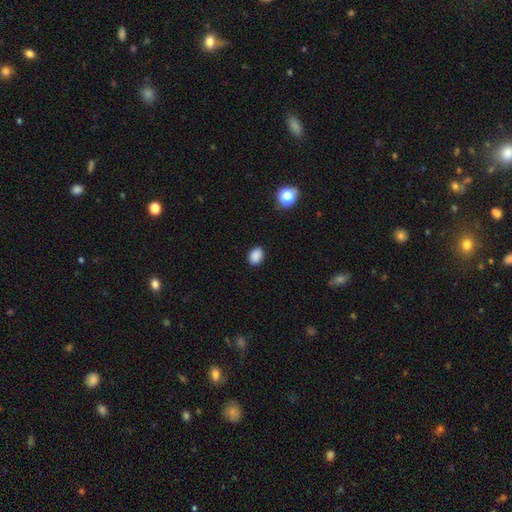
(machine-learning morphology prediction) Overall: smooth (87%). How rounded: in between (64%; round 35%). Merging: none (89%).